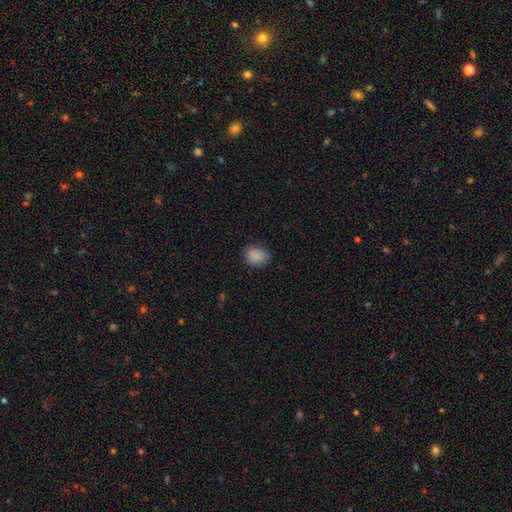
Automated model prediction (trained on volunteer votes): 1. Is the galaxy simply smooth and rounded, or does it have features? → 87% smooth, 9% star or artifact, 4% featured or disk.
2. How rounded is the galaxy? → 54% in between, 45% round, 1% cigar-shaped.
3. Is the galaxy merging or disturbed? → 76% none, 19% minor disturbance, 4% major disturbance, 1% merger.